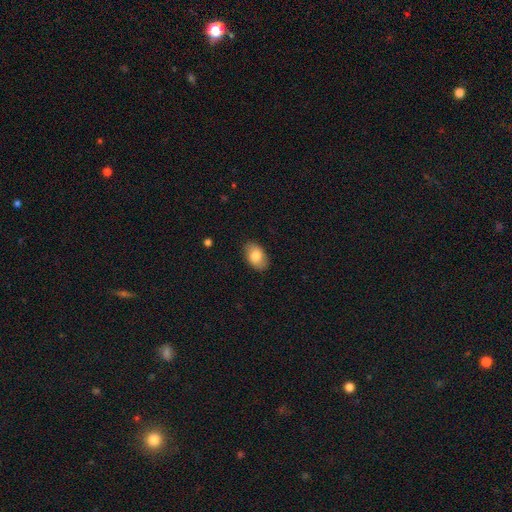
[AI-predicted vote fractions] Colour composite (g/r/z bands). It shows a smooth galaxy with no disk features (81%) that is in between round and cigar-shaped (90%). Merging: none (86%).